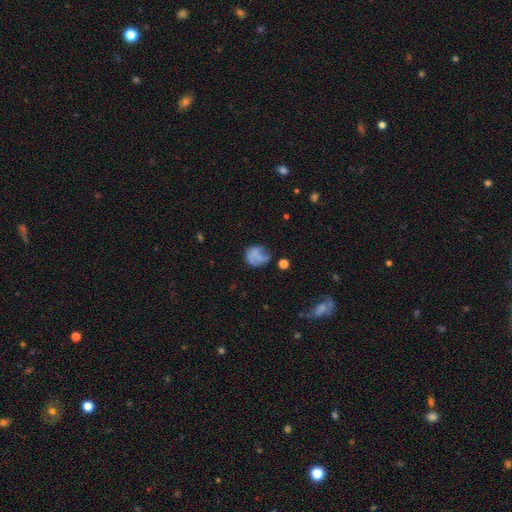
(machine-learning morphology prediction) smooth_or_featured: smooth (p=0.58) [alt: featured or disk p=0.30]
how_rounded: round (p=0.64) [alt: in between p=0.35]
merging: none (p=0.42) [alt: minor disturbance p=0.29]